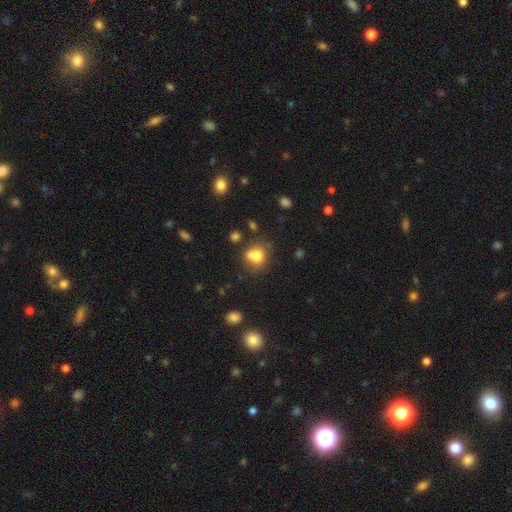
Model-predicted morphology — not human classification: This appears to be a smooth galaxy with no disk features (72%) that is round (58%). Merging: merger (38%).